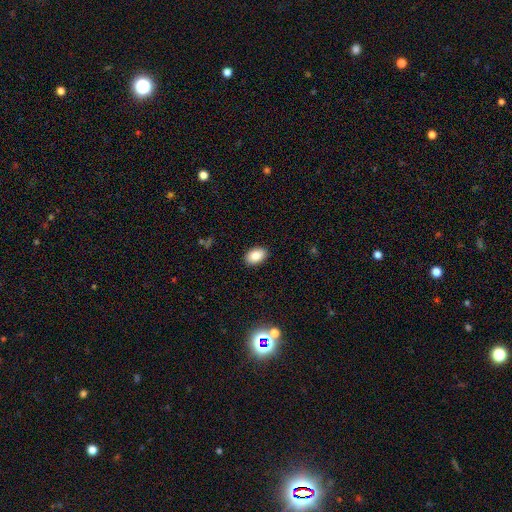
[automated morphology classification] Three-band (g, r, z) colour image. It shows a smooth galaxy with no disk features (87%) that is in between round and cigar-shaped (88%). Merging: none (89%).